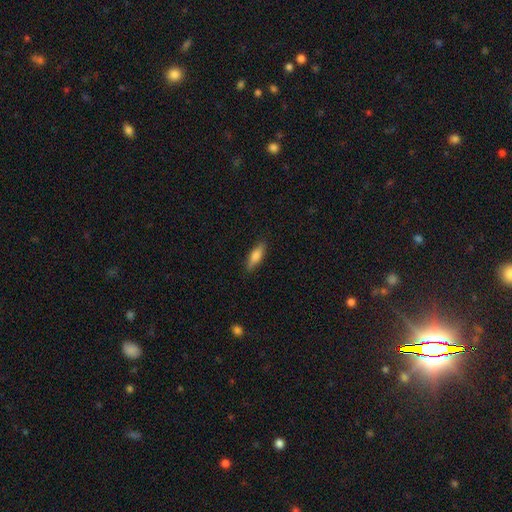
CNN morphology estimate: smooth 78%, featured or disk 16%, star or artifact 6%. Down the decision tree: how rounded — in between (51%); merging — none (86%).